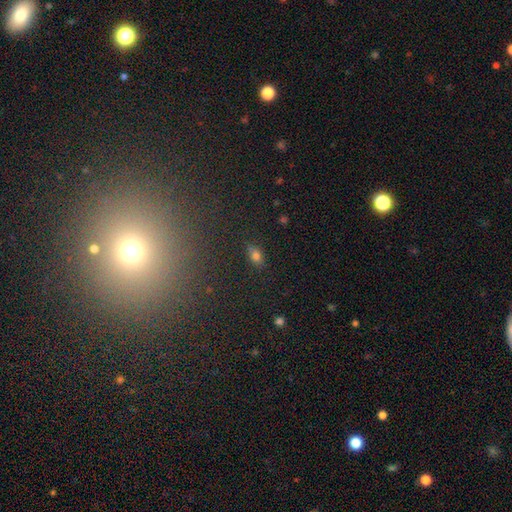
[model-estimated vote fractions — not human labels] Smooth or featured? Predicted: smooth (p=0.73). How rounded? Predicted: in between (p=0.83). Merging? Predicted: none (p=0.82).